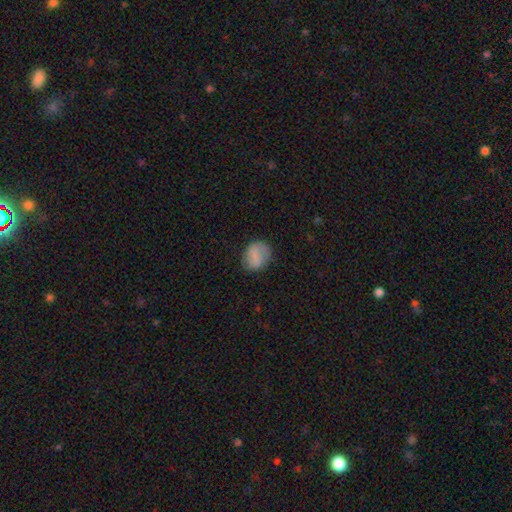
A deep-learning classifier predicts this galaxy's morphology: This appears to be a smooth galaxy with no disk features (71%) that is round (57%). Merging: none (76%).